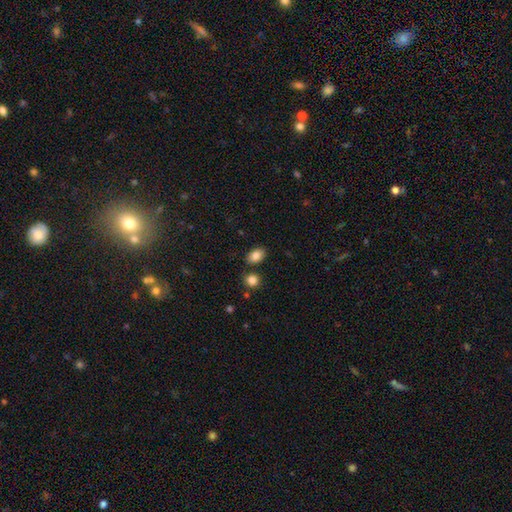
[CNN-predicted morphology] A smooth galaxy with no disk features (85%) that is in between round and cigar-shaped (84%). Merging: none (81%).